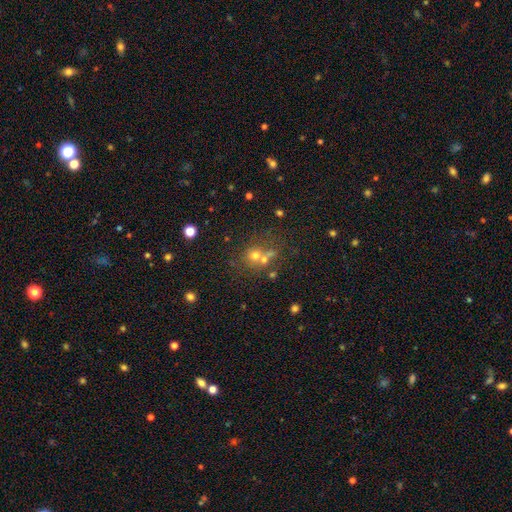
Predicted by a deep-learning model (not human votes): smooth-or-featured: smooth: 57% | star or artifact: 26% | featured or disk: 17%
  how-rounded: round: 84% | in between: 15% | cigar-shaped: 1%
  merging: none: 49% | merger: 37% | minor disturbance: 9% | major disturbance: 5%